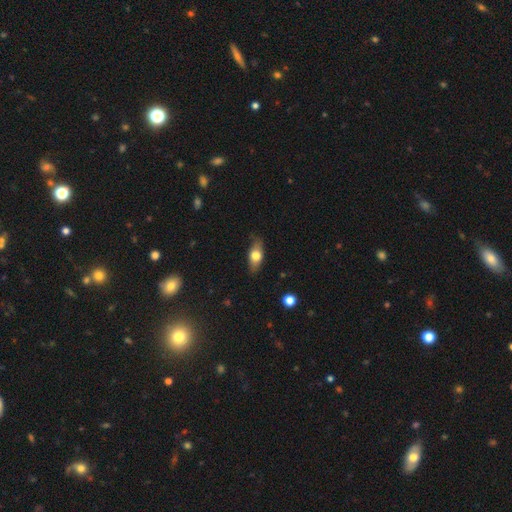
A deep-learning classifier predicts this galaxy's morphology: smooth_or_featured: smooth (p=0.66) [alt: featured or disk p=0.28]
how_rounded: in between (p=0.78) [alt: cigar-shaped p=0.16]
merging: none (p=0.81) [alt: minor disturbance p=0.15]